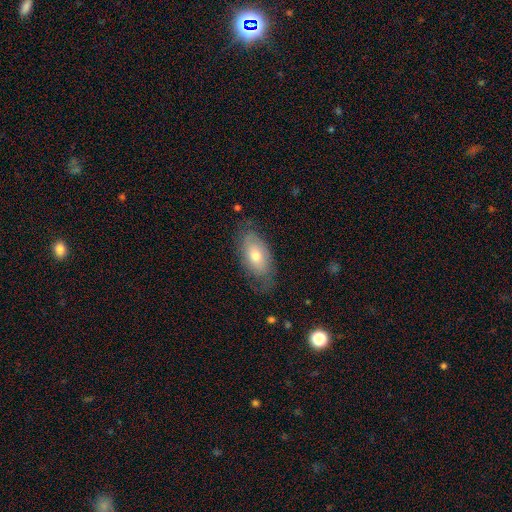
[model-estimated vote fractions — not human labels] Smooth or featured? smooth (57%)
How rounded? in between (91%)
Merging? none (66%)